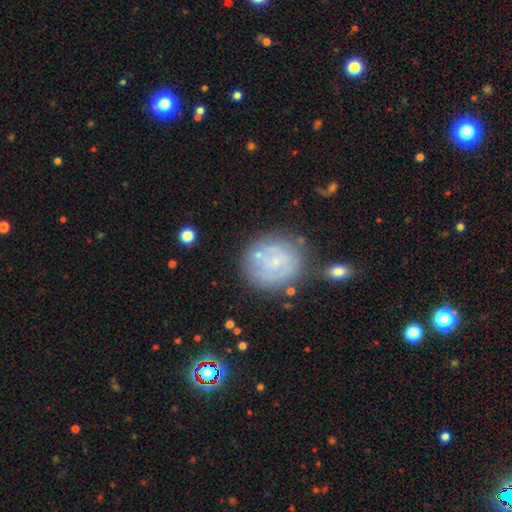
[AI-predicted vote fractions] smooth 49%, featured or disk 37%, star or artifact 14%. Down the decision tree: merging — none (69%).